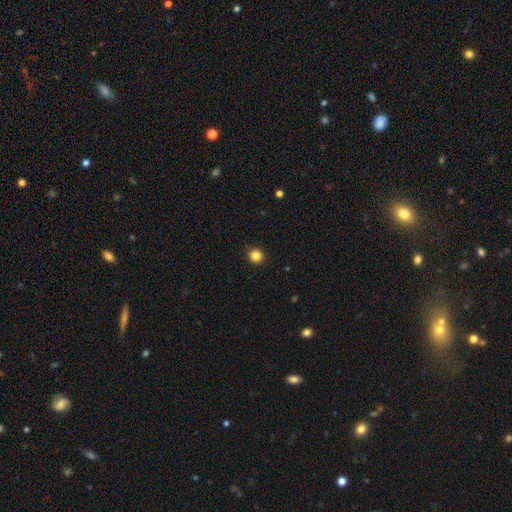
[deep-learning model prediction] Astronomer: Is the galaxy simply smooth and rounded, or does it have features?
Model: smooth — 85%.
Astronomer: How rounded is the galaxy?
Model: round — 94%.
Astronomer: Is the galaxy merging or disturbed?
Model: none — 92%.